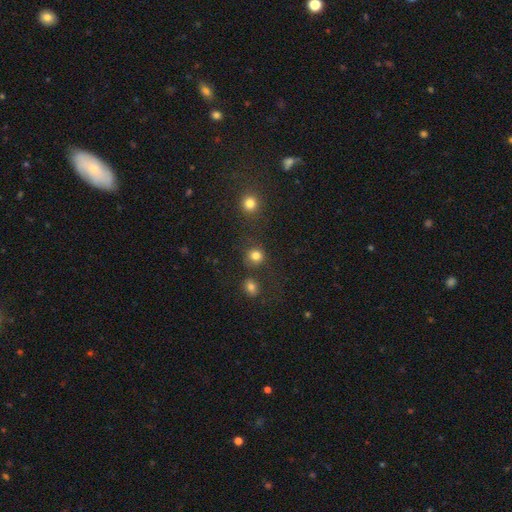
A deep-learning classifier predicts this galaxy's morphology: smooth_or_featured: smooth (p=0.82) [alt: star or artifact p=0.13]
how_rounded: round (p=0.87) [alt: in between p=0.12]
merging: none (p=0.73) [alt: minor disturbance p=0.11]